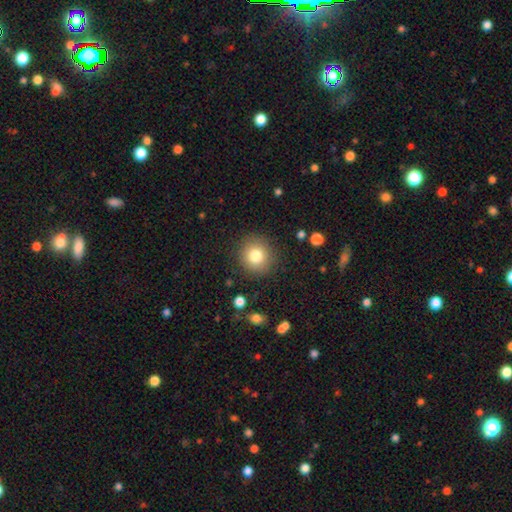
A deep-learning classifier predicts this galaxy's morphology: Smooth or featured: smooth — 80% (star or artifact — 11%)
How rounded: round — 92% (in between — 7%)
Merging: none — 88% (minor disturbance — 7%)